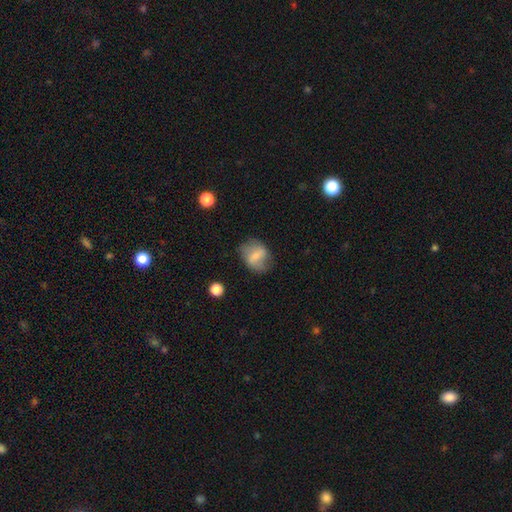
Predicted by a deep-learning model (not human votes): Smooth or featured?
  - smooth: 53% *
  - featured or disk: 39%
  - star or artifact: 8%
How rounded?
  - in between: 61% *
  - round: 37%
  - cigar-shaped: 2%
Merging?
  - none: 67% *
  - minor disturbance: 22%
  - major disturbance: 9%
  - merger: 2%